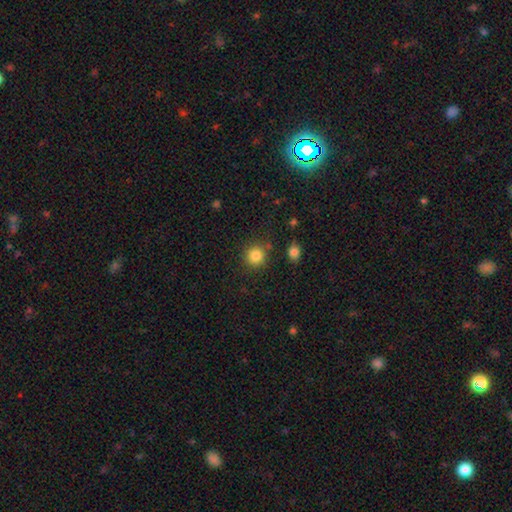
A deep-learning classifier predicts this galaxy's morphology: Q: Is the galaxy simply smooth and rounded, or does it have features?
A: smooth — 84%.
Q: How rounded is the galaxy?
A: round — 91%.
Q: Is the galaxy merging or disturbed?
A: none — 84%.